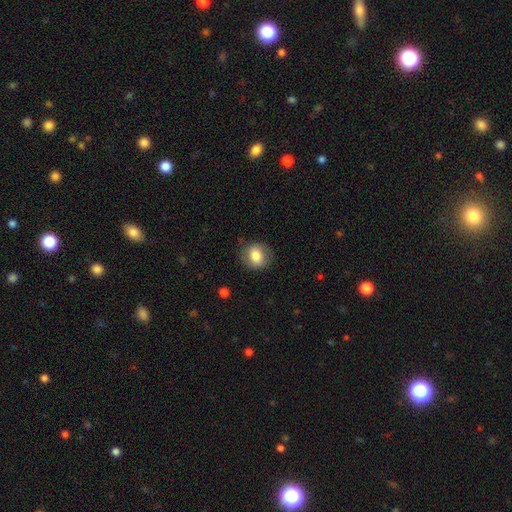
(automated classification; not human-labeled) Smooth or featured? Predicted: smooth (p=0.77). How rounded? Predicted: round (p=0.61). Merging? Predicted: none (p=0.80).